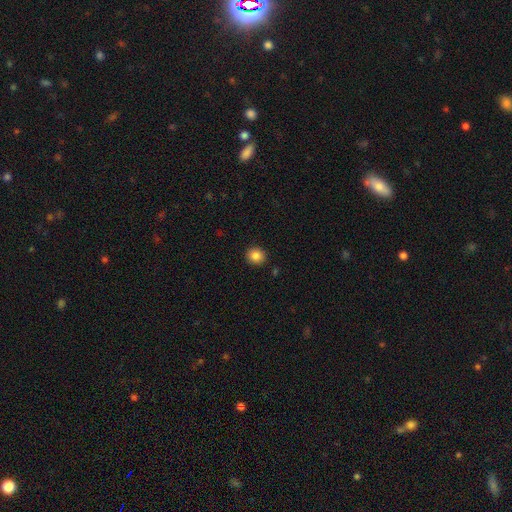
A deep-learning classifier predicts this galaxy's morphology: Smooth or featured? smooth (86%)
How rounded? round (84%)
Merging? none (91%)